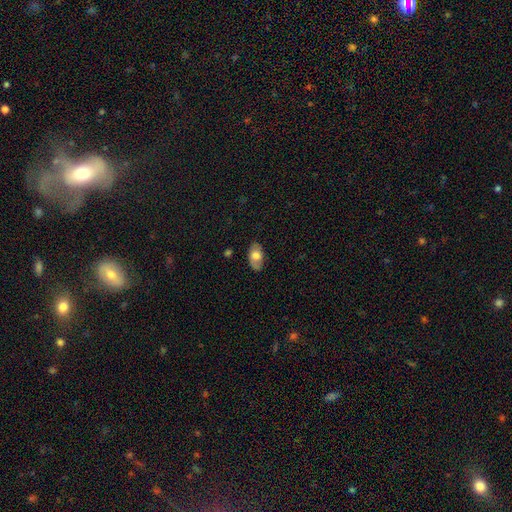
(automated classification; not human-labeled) The model was most divided on "smooth or featured": smooth: 65%, featured or disk: 28%, star or artifact: 7%. More confident: how rounded — in between (92%); merging — none (80%).